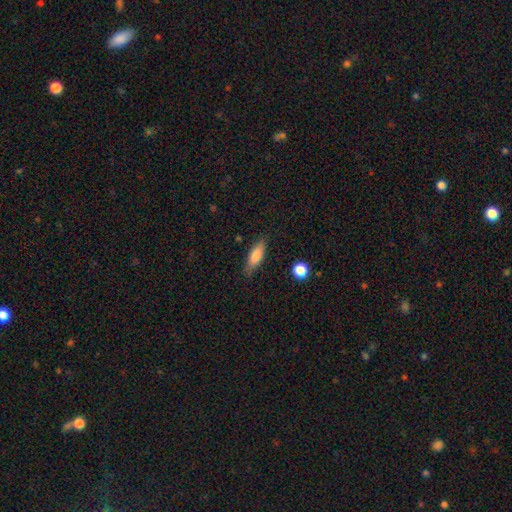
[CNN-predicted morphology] Smooth or featured?
  - smooth: 78% *
  - featured or disk: 15%
  - star or artifact: 7%
How rounded?
  - in between: 56% *
  - cigar-shaped: 42%
  - round: 2%
Merging?
  - none: 81% *
  - minor disturbance: 14%
  - major disturbance: 3%
  - merger: 2%